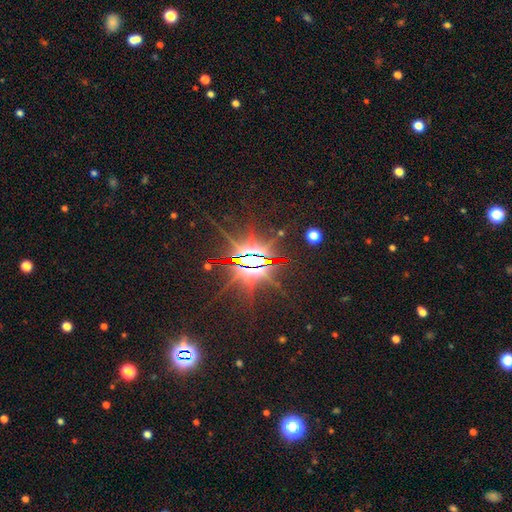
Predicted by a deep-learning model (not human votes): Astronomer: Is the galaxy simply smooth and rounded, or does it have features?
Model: star or artifact — 83%.